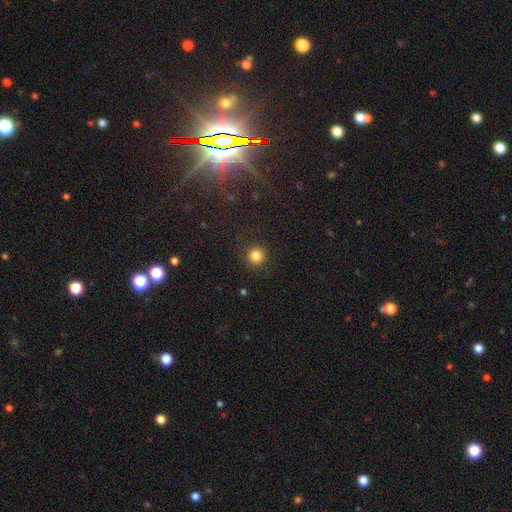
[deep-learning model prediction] smooth_or_featured: smooth (p=0.83) [alt: star or artifact p=0.12]
how_rounded: round (p=0.94) [alt: in between p=0.05]
merging: none (p=0.90) [alt: minor disturbance p=0.06]